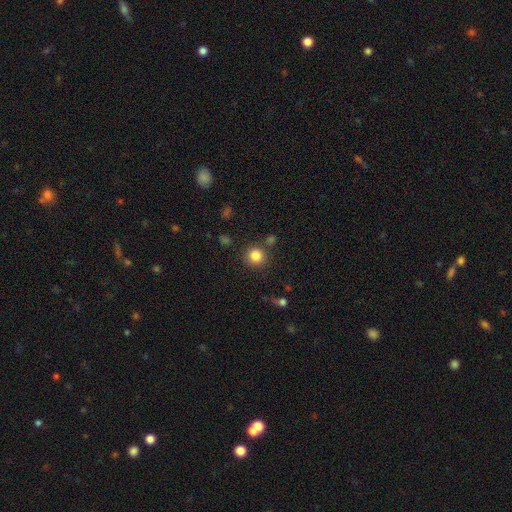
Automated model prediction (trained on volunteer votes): This is clearly a smooth galaxy (84%). How rounded: clearly round (92%). Merging: clearly none (82%).